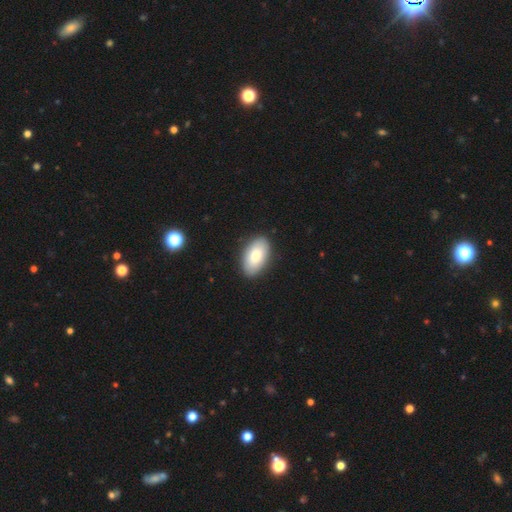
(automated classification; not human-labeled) Smooth or featured?
  - smooth: 80% *
  - featured or disk: 14%
  - star or artifact: 6%
How rounded?
  - in between: 95% *
  - round: 4%
  - cigar-shaped: 1%
Merging?
  - none: 89% *
  - minor disturbance: 8%
  - major disturbance: 2%
  - merger: 1%